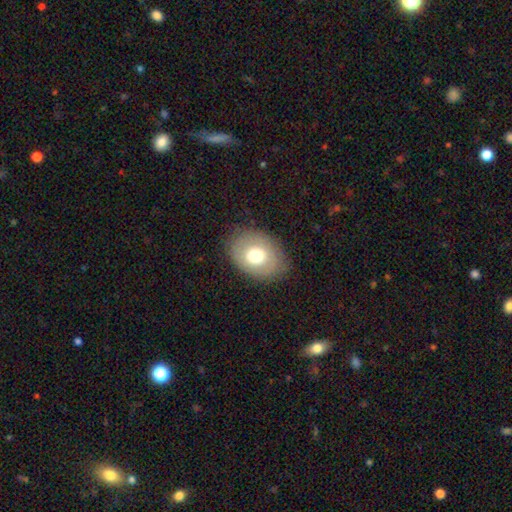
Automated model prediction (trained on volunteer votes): Smooth or featured? Predicted: smooth (p=0.67). How rounded? Predicted: in between (p=0.65). Merging? Predicted: none (p=0.81).